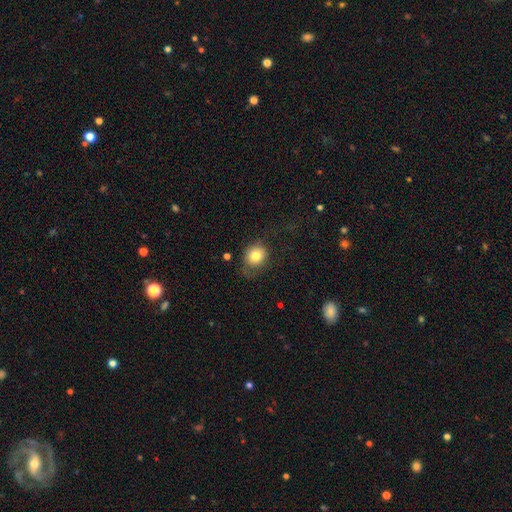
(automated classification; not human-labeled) A smooth galaxy with no disk features (80%) that is round (74%).

Vote fractions:
- Smooth or featured? smooth: 80% / featured or disk: 10% / star or artifact: 10%
- How rounded? round: 74% / in between: 25% / cigar-shaped: 1%
- Merging? none: 61% / minor disturbance: 23% / major disturbance: 15% / merger: 2%